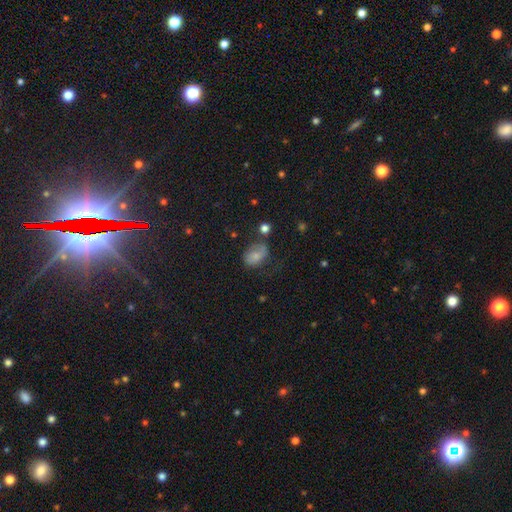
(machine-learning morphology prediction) Overall: smooth (71%). How rounded: in between (78%). Merging: none (41%; minor disturbance 32%).